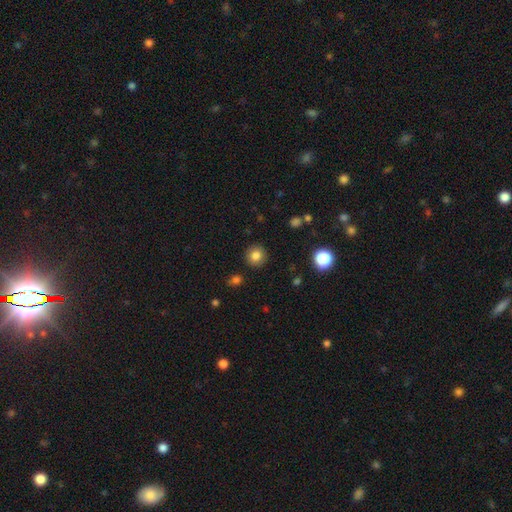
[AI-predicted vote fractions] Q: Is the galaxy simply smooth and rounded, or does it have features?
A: smooth — 82%.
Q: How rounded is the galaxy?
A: round — 91%.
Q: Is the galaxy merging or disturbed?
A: none — 90%.